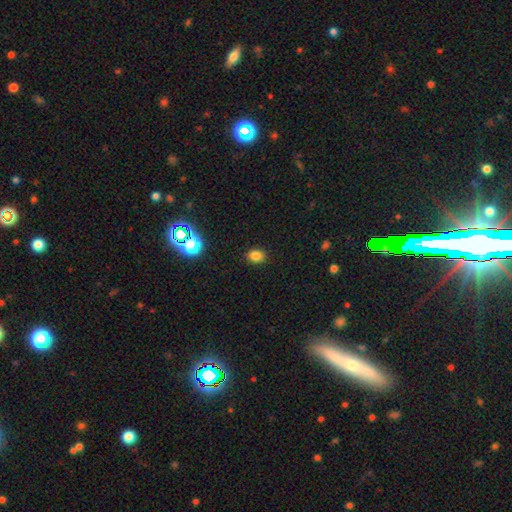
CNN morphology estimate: smooth_or_featured: smooth (p=0.81) [alt: star or artifact p=0.15]
how_rounded: round (p=0.54) [alt: in between p=0.45]
merging: none (p=0.89) [alt: minor disturbance p=0.07]